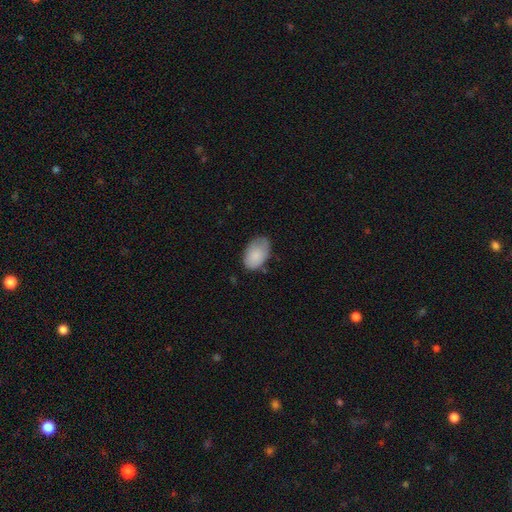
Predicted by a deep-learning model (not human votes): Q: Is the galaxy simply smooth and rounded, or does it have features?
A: smooth — 85%.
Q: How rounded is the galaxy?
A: in between — 92%.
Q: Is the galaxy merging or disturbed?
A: none — 61%.